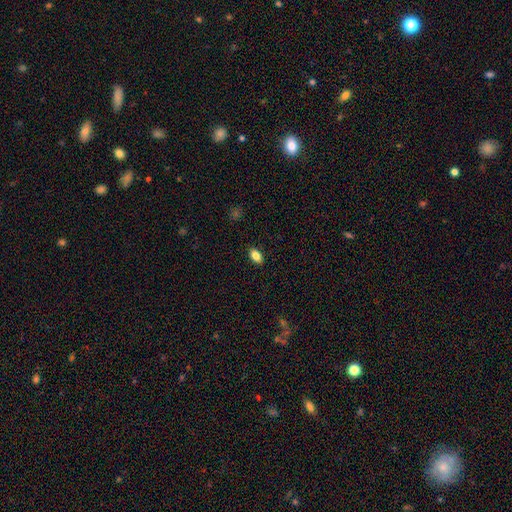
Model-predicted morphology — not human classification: A smooth galaxy with no disk features (83%) that is in between round and cigar-shaped (90%).

Vote fractions:
- Smooth or featured? smooth: 83% / featured or disk: 8% / star or artifact: 8%
- How rounded? in between: 90% / round: 6% / cigar-shaped: 3%
- Merging? none: 89% / minor disturbance: 8% / major disturbance: 2% / merger: 1%